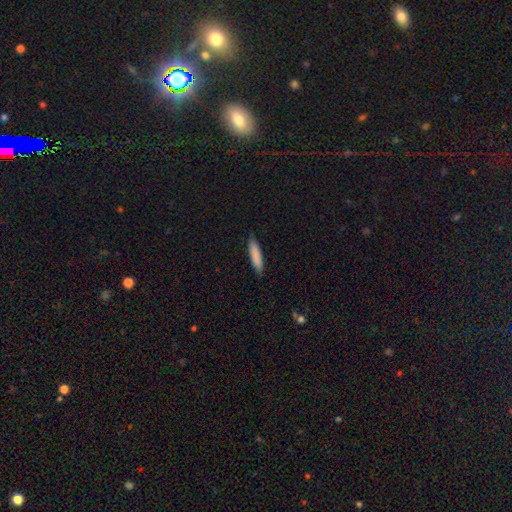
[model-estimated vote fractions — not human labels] This appears to be a smooth galaxy with no disk features (86%) that is cigar-shaped (75%). Merging: none (86%).